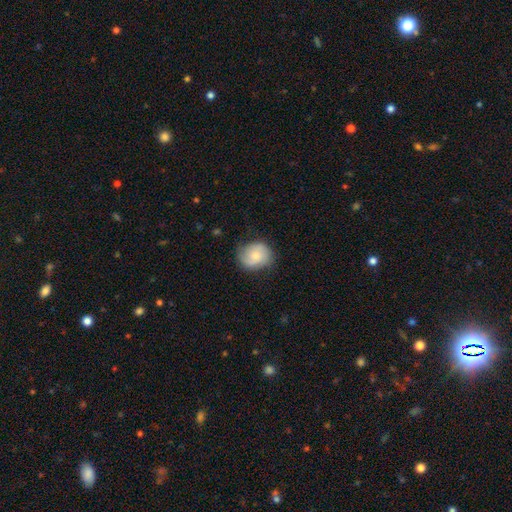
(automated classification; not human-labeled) Q: Smooth or featured?
A: smooth (63%); runner-up: featured or disk (30%)
Q: How rounded?
A: round (65%); runner-up: in between (34%)
Q: Merging?
A: none (70%); runner-up: minor disturbance (23%)